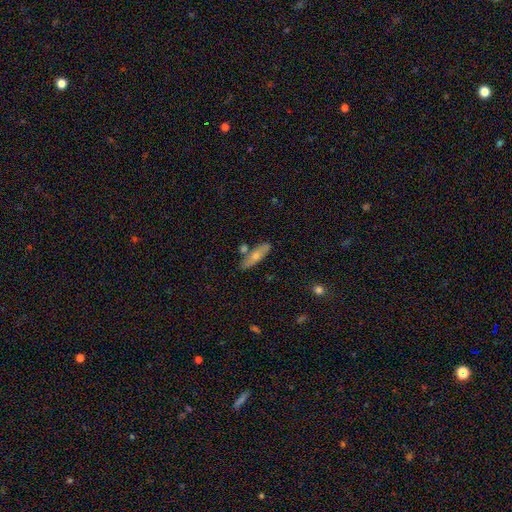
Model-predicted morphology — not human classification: A smooth galaxy with no disk features (50%) that is cigar-shaped (65%). Merging: none (77%).